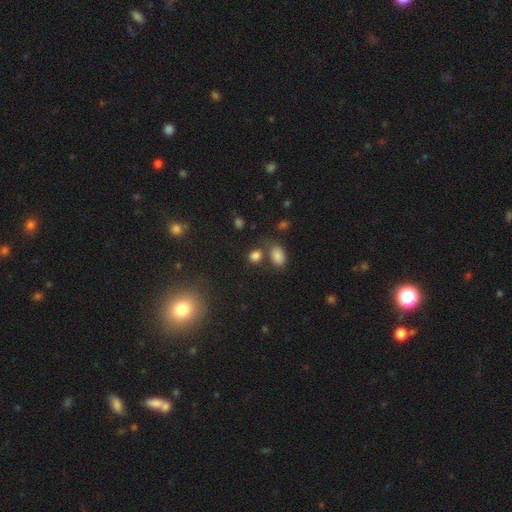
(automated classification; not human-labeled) The model was most divided on "how rounded": in between: 54%, round: 44%, cigar-shaped: 2%. More confident: smooth or featured — smooth (79%); merging — none (61%).